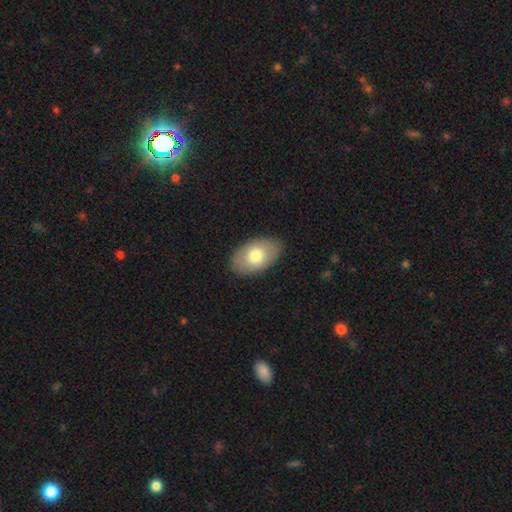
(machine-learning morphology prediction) Smooth or featured: smooth — 75% (featured or disk — 19%)
How rounded: in between — 92% (round — 6%)
Merging: none — 86% (minor disturbance — 10%)